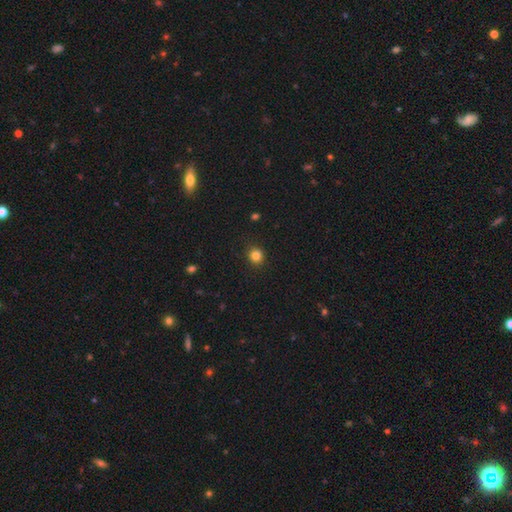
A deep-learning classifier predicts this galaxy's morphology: This is clearly a smooth galaxy (83%). How rounded: clearly round (86%). Merging: clearly none (89%).